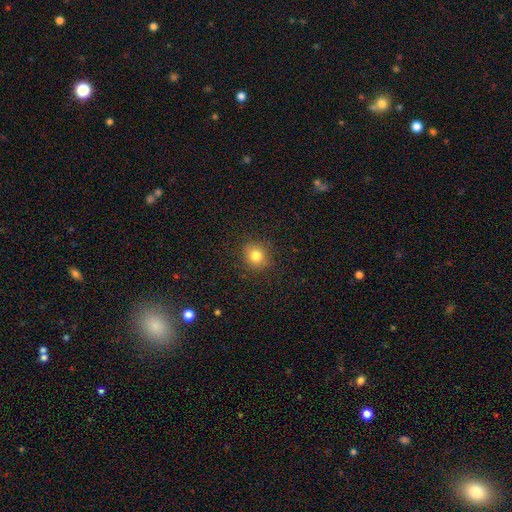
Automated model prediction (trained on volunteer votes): A smooth galaxy with no disk features (81%) that is round (85%).

Vote fractions:
- Smooth or featured? smooth: 81% / star or artifact: 12% / featured or disk: 7%
- How rounded? round: 85% / in between: 14% / cigar-shaped: 1%
- Merging? none: 88% / minor disturbance: 9% / major disturbance: 3% / merger: 1%